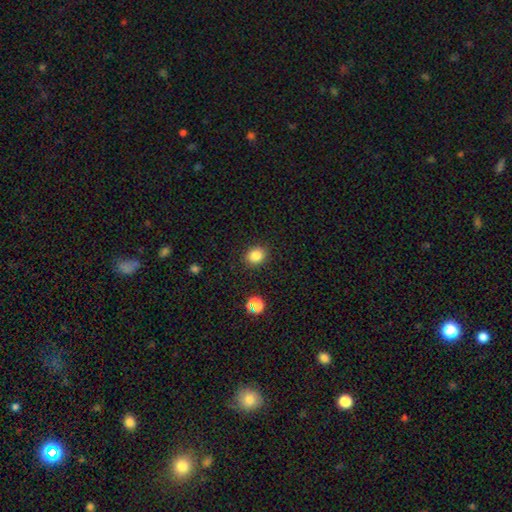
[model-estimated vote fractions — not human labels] Smooth or featured? Predicted: smooth (p=0.84). How rounded? Predicted: round (p=0.64). Merging? Predicted: none (p=0.88).